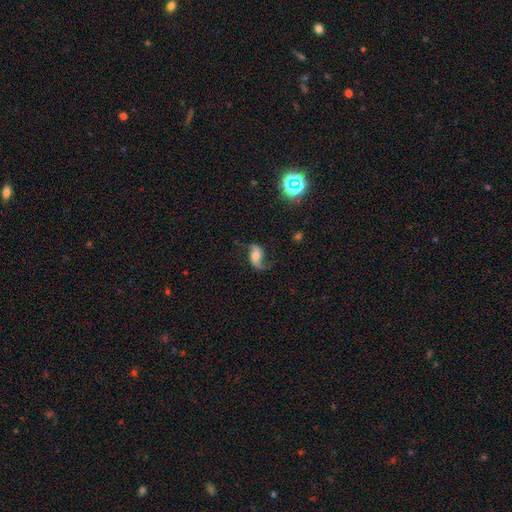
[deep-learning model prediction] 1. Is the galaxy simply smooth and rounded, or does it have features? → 70% featured or disk, 21% smooth, 9% star or artifact.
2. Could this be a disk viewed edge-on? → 94% no, 6% yes.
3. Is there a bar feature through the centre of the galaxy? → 53% no, 29% weak, 18% strong.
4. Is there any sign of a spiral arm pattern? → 92% yes, 8% no.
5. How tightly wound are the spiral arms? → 81% loose, 14% medium, 4% tight.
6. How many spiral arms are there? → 89% 2, 5% 1, 3% can't tell, 1% 3, 1% 4, 1% more than 4.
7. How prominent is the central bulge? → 59% moderate, 26% small, 10% large, 3% none, 2% dominant.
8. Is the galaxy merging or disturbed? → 68% none, 19% minor disturbance, 11% major disturbance, 2% merger.